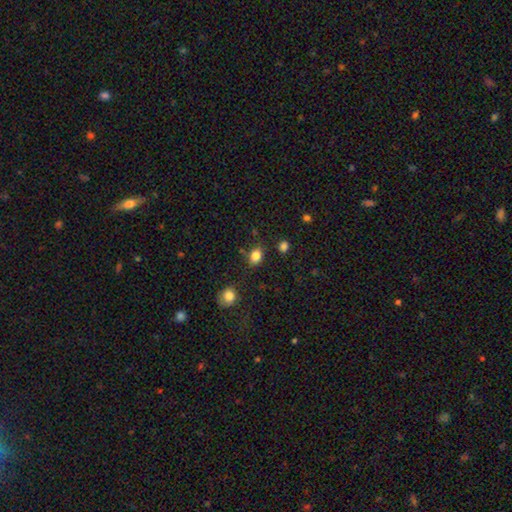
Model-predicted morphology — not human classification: This appears to be a smooth galaxy with no disk features (83%) that is in between round and cigar-shaped (63%). Merging: none (78%).